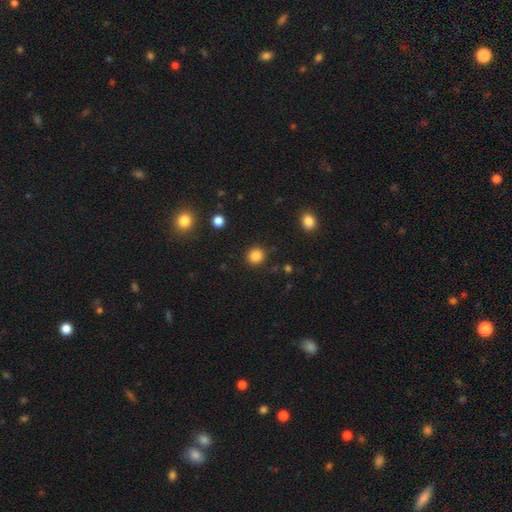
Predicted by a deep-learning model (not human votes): Overall: smooth (86%). How rounded: round (88%). Merging: none (90%).